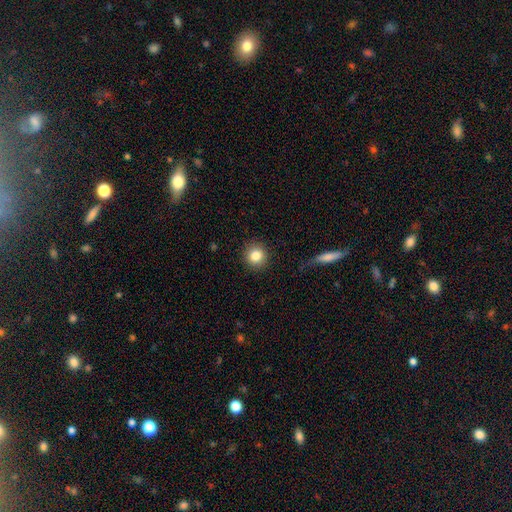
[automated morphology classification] Q: Smooth or featured?
A: smooth (84%); runner-up: star or artifact (10%)
Q: How rounded?
A: round (92%); runner-up: in between (7%)
Q: Merging?
A: none (89%); runner-up: minor disturbance (7%)